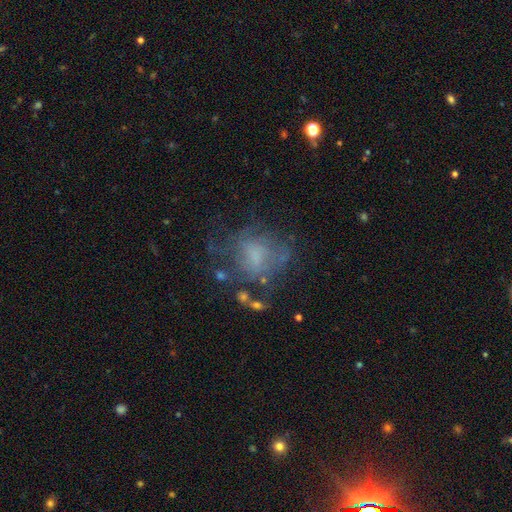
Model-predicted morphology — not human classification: smooth_or_featured: featured or disk (p=0.48) [alt: smooth p=0.37]
merging: none (p=0.49) [alt: major disturbance p=0.25]